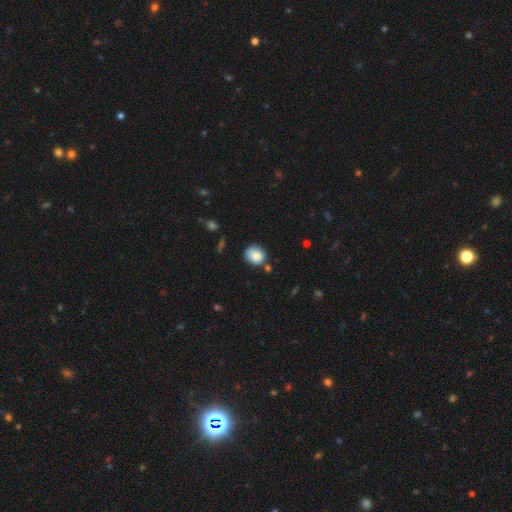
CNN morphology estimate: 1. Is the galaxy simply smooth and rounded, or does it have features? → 85% smooth, 8% star or artifact, 7% featured or disk.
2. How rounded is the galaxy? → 68% round, 31% in between, 1% cigar-shaped.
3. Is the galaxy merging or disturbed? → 65% none, 22% minor disturbance, 8% merger, 5% major disturbance.